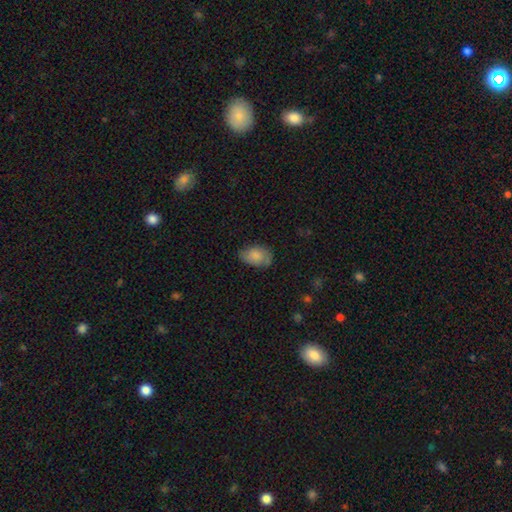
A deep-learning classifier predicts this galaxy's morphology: type=smooth (80%); roundness=in between (89%); merging=none (64%).